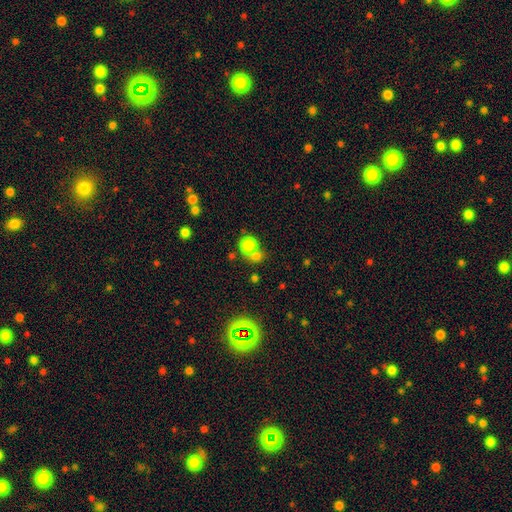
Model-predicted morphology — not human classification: Smooth or featured?
  - smooth: 80% *
  - star or artifact: 13%
  - featured or disk: 7%
How rounded?
  - round: 85% *
  - in between: 14%
  - cigar-shaped: 1%
Merging?
  - none: 51% *
  - merger: 35%
  - minor disturbance: 9%
  - major disturbance: 5%